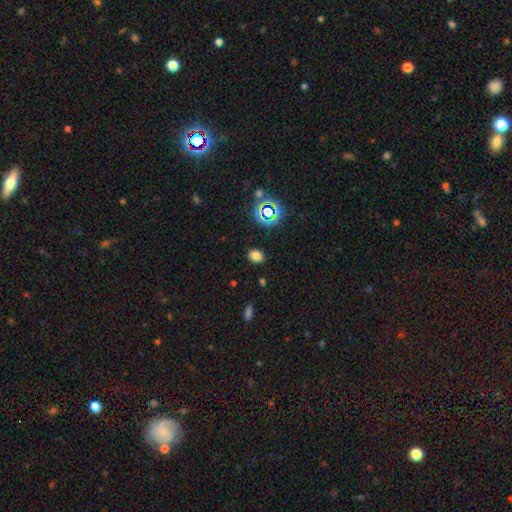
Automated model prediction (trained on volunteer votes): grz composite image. It shows a smooth galaxy with no disk features (74%) that is in between round and cigar-shaped (57%). Merging: none (87%).